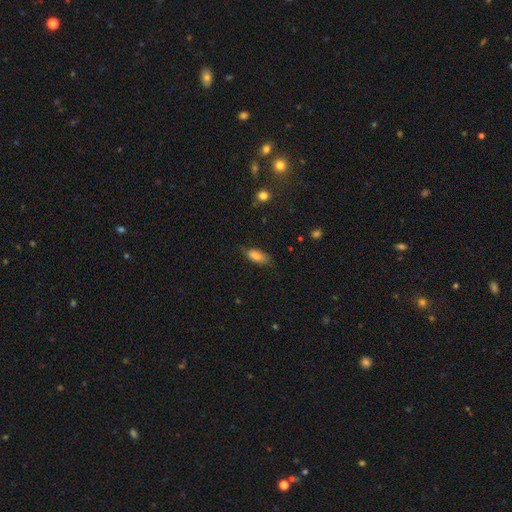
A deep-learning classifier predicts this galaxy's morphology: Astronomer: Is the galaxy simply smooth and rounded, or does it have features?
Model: smooth — 81%.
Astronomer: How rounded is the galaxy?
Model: in between — 80%.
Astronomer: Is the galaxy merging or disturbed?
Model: none — 72%.